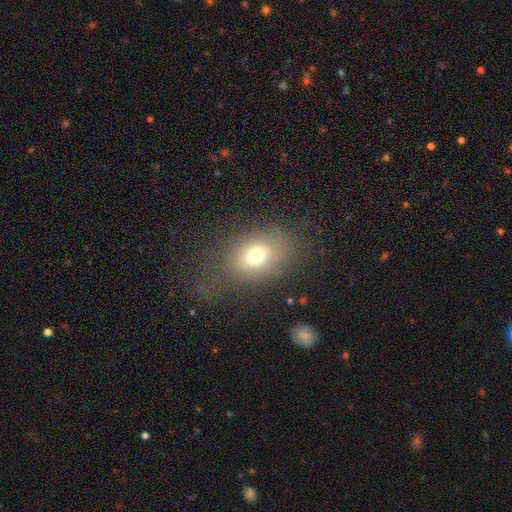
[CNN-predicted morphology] Q: Smooth or featured?
A: smooth (71%); runner-up: star or artifact (15%)
Q: How rounded?
A: in between (61%); runner-up: round (37%)
Q: Merging?
A: none (62%); runner-up: major disturbance (18%)